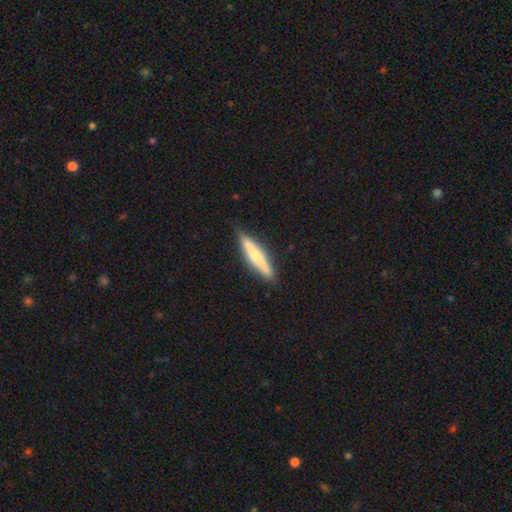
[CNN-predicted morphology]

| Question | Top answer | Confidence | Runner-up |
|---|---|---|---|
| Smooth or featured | featured or disk | 48% | smooth (46%) |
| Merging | none | 89% | minor disturbance (8%) |